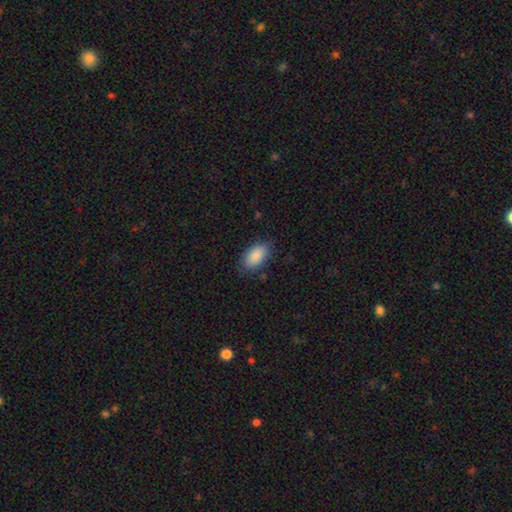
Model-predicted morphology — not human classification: Smooth or featured: smooth — 90% (star or artifact — 6%)
How rounded: in between — 94% (round — 4%)
Merging: none — 83% (minor disturbance — 13%)